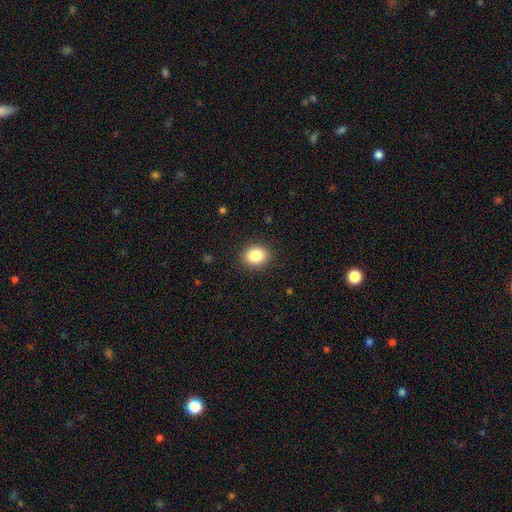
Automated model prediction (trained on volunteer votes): The model was most divided on "how rounded": round: 64%, in between: 35%, cigar-shaped: 1%. More confident: merging — none (89%); smooth or featured — smooth (85%).